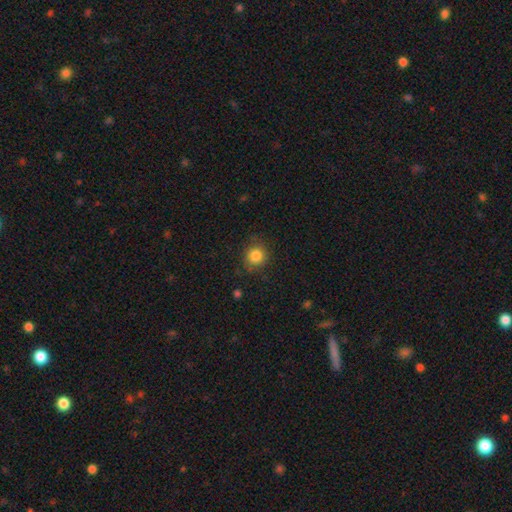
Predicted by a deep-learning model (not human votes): This is clearly a smooth galaxy (84%). How rounded: clearly round (87%). Merging: clearly none (81%).